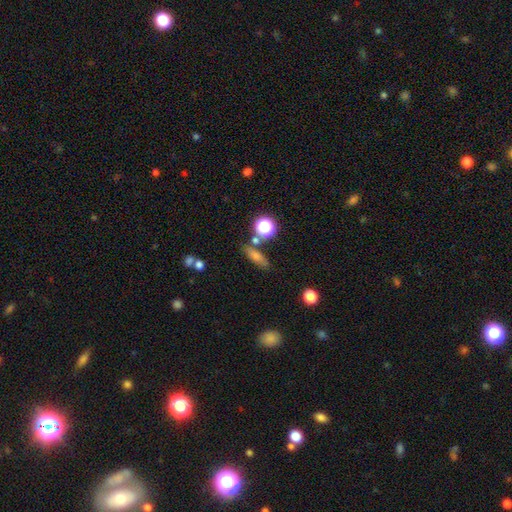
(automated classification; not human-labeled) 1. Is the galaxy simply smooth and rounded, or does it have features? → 53% smooth, 26% featured or disk, 21% star or artifact.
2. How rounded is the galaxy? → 49% cigar-shaped, 36% in between, 15% round.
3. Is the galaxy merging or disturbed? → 76% none, 12% minor disturbance, 8% merger, 4% major disturbance.